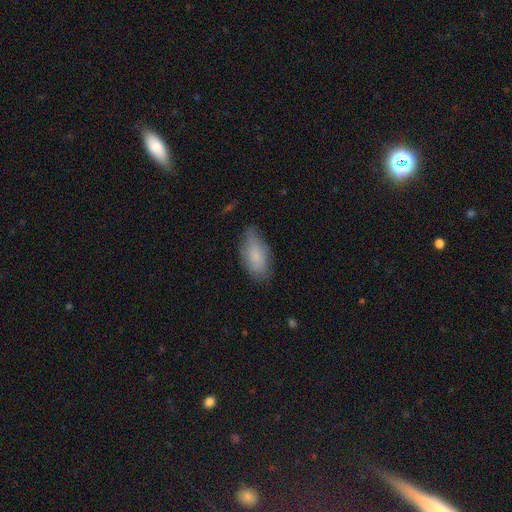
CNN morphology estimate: Smooth or featured?
  - smooth: 79% *
  - featured or disk: 14%
  - star or artifact: 7%
How rounded?
  - in between: 90% *
  - cigar-shaped: 7%
  - round: 3%
Merging?
  - none: 69% *
  - minor disturbance: 24%
  - major disturbance: 6%
  - merger: 1%